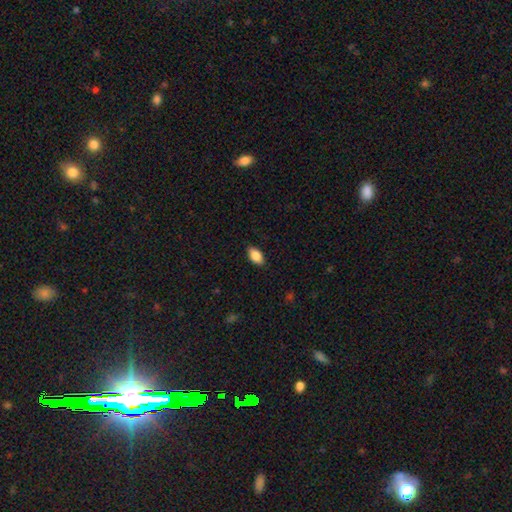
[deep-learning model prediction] Smooth or featured? Predicted: smooth (p=0.86). How rounded? Predicted: in between (p=0.92). Merging? Predicted: none (p=0.87).